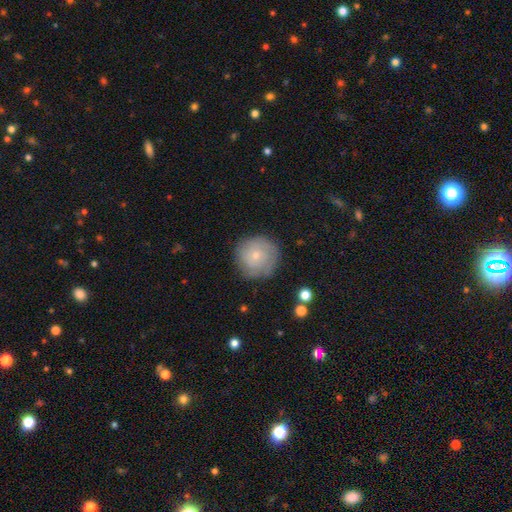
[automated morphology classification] type=smooth (53%); roundness=round (94%); merging=none (77%).